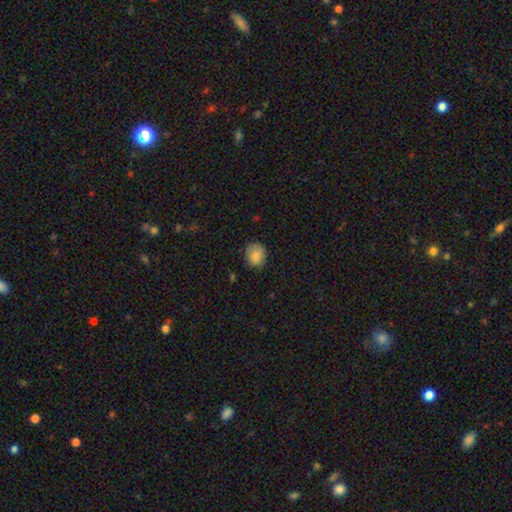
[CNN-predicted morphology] This appears to be a smooth galaxy with no disk features (81%) that is round (59%). Merging: none (72%).